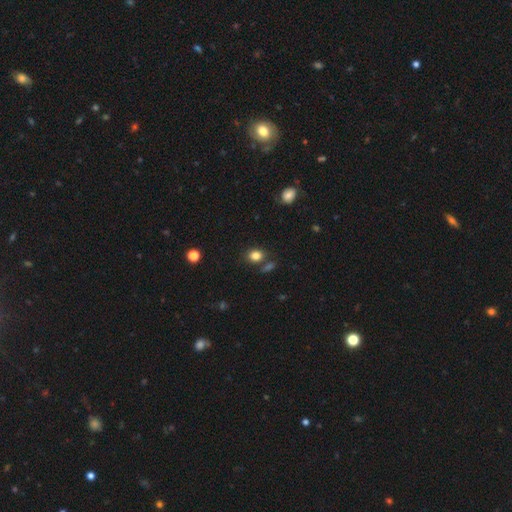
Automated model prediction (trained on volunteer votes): Q: Smooth or featured?
A: smooth (82%); runner-up: star or artifact (12%)
Q: How rounded?
A: in between (50%); runner-up: round (49%)
Q: Merging?
A: none (73%); runner-up: minor disturbance (12%)